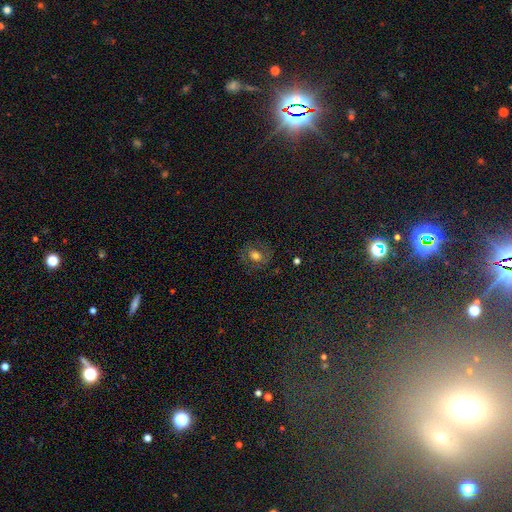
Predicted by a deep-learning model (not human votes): Morphology: type=smooth (53%); roundness=round (65%); merging=none (78%).